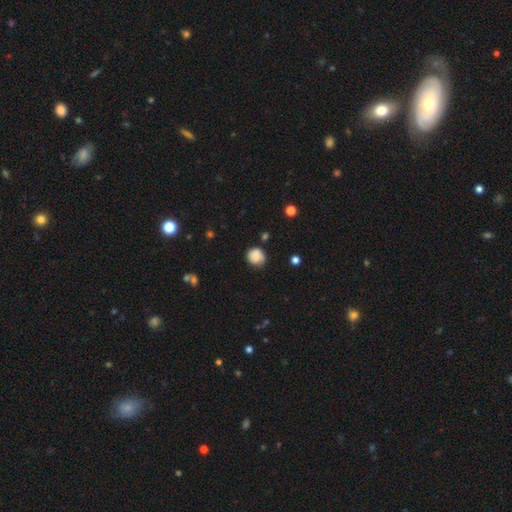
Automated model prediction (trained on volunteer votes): The model was most divided on "merging": none: 71%, minor disturbance: 21%, major disturbance: 5%, merger: 3%. More confident: how rounded — round (86%); smooth or featured — smooth (83%).